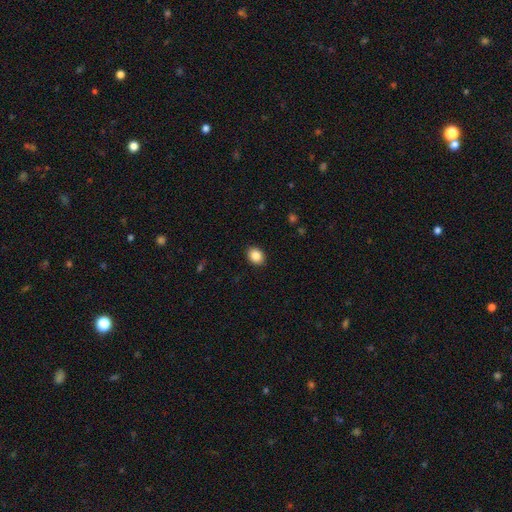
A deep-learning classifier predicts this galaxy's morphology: Smooth or featured?
  - smooth: 86% *
  - star or artifact: 9%
  - featured or disk: 5%
How rounded?
  - in between: 50% *
  - round: 49%
  - cigar-shaped: 1%
Merging?
  - none: 90% *
  - minor disturbance: 7%
  - major disturbance: 2%
  - merger: 1%